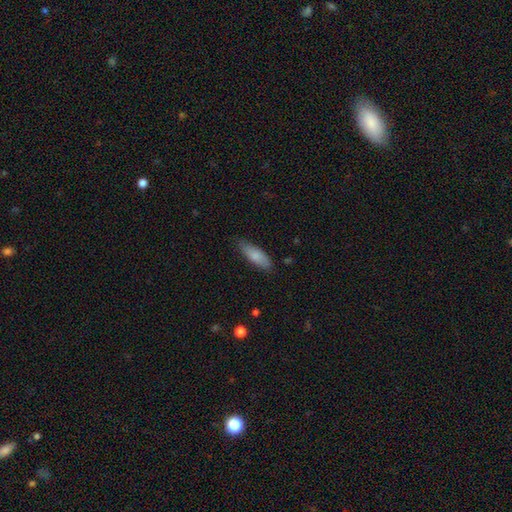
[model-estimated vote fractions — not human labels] Overall: smooth (81%). How rounded: in between (57%; cigar-shaped 41%). Merging: none (78%).